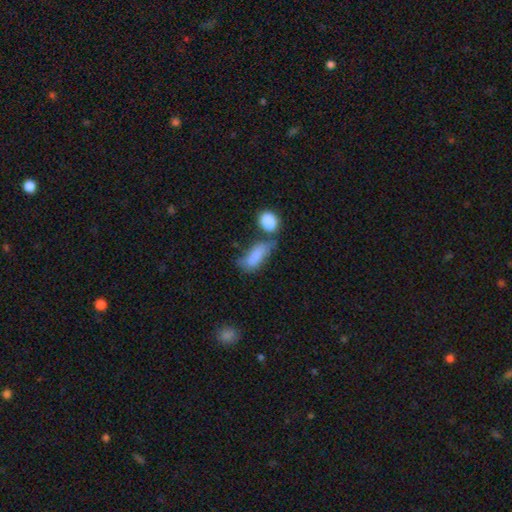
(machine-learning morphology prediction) Q: Smooth or featured?
A: smooth (79%); runner-up: featured or disk (13%)
Q: How rounded?
A: in between (75%); runner-up: cigar-shaped (20%)
Q: Merging?
A: none (34%); runner-up: merger (30%)